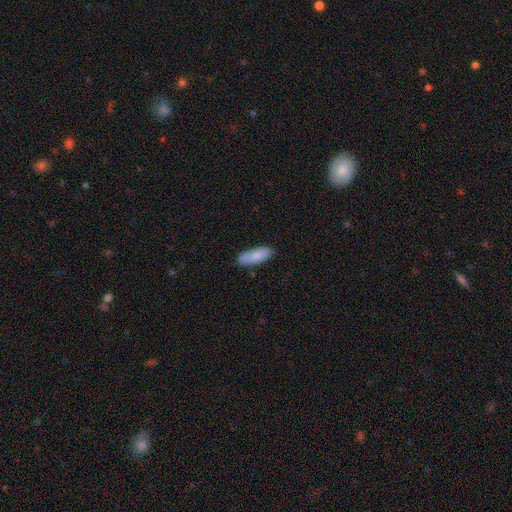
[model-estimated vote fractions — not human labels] This appears to be a smooth galaxy with no disk features (83%) that is in between round and cigar-shaped (70%). Merging: none (79%).